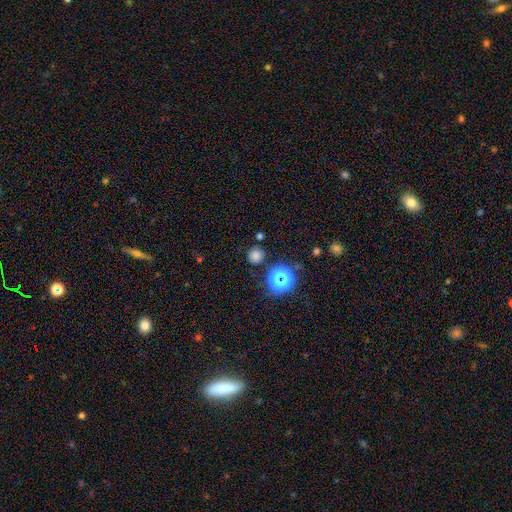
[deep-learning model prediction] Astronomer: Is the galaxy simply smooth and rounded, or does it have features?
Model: smooth — 72%.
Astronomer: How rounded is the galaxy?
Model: round — 90%.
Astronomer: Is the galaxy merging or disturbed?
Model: none — 83%.